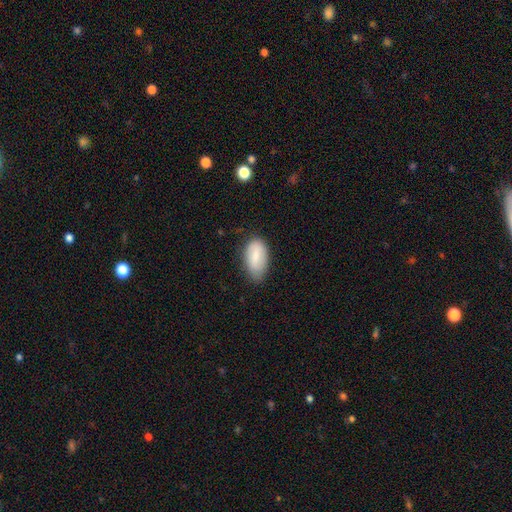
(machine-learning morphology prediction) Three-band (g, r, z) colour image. It shows a smooth galaxy with no disk features (80%) that is in between round and cigar-shaped (94%). Merging: none (64%).